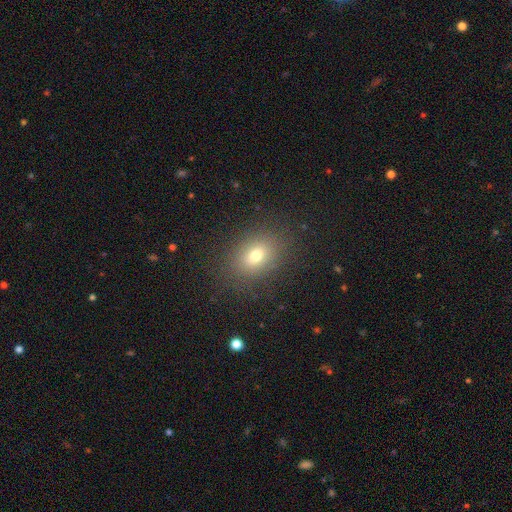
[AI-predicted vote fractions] This appears to be a smooth galaxy with no disk features (73%) that is in between round and cigar-shaped (67%). Merging: none (85%).